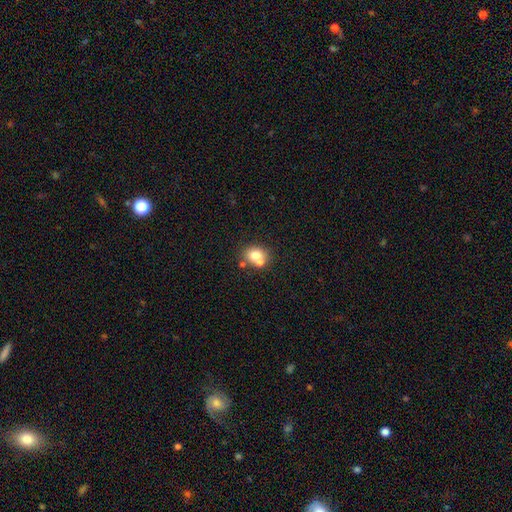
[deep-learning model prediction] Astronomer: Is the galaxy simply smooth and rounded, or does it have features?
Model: smooth — 72%.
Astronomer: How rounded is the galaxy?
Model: round — 69%.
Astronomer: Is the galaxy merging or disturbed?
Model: none — 49% (runner-up: merger, 39%).